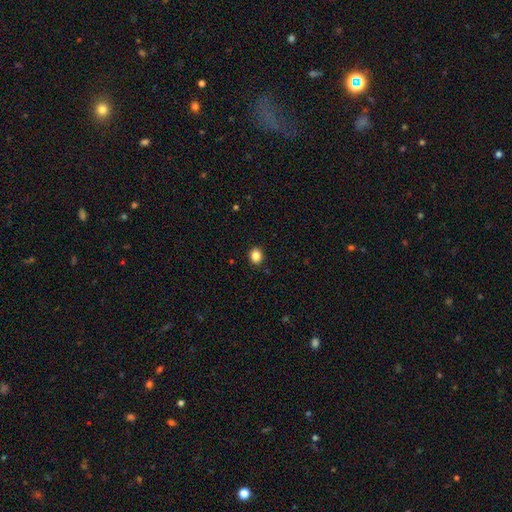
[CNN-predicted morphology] A smooth galaxy with no disk features (86%) that is round (66%). Merging: none (91%).